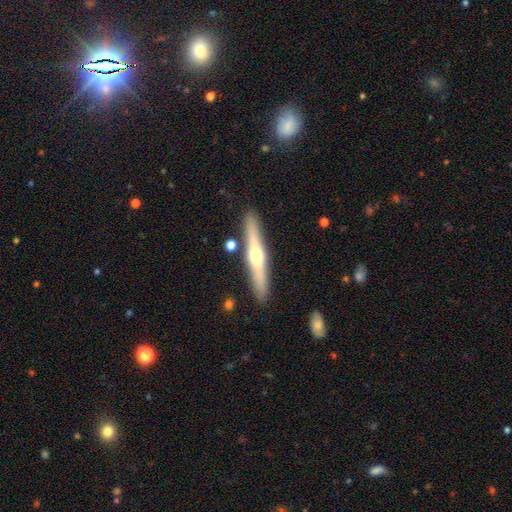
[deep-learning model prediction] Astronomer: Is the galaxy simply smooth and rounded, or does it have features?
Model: featured or disk — 61%.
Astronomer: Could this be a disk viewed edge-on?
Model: yes — 96%.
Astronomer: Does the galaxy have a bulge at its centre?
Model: rounded — 89%.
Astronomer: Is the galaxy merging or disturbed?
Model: none — 87%.